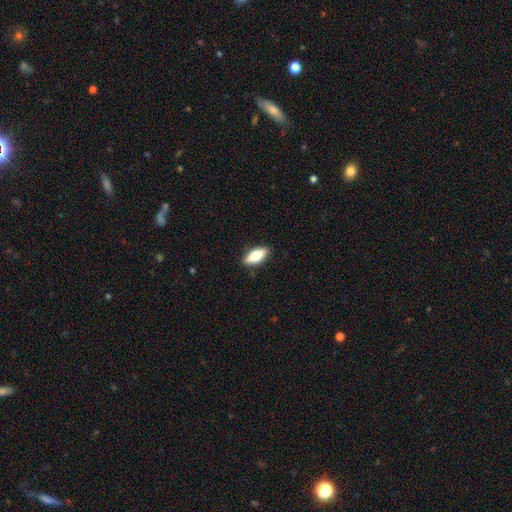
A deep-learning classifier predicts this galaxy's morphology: Smooth or featured?
  - smooth: 69% *
  - featured or disk: 24%
  - star or artifact: 6%
How rounded?
  - in between: 75% *
  - cigar-shaped: 22%
  - round: 3%
Merging?
  - none: 87% *
  - minor disturbance: 10%
  - major disturbance: 2%
  - merger: 1%